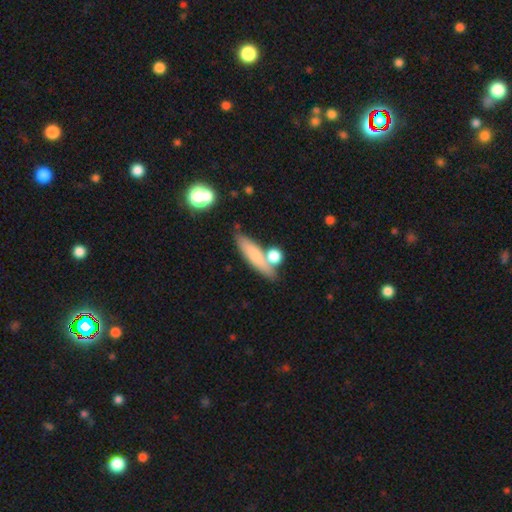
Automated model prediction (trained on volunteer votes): Smooth or featured: smooth — 70% (featured or disk — 21%)
How rounded: cigar-shaped — 68% (in between — 27%)
Merging: none — 65% (merger — 16%)